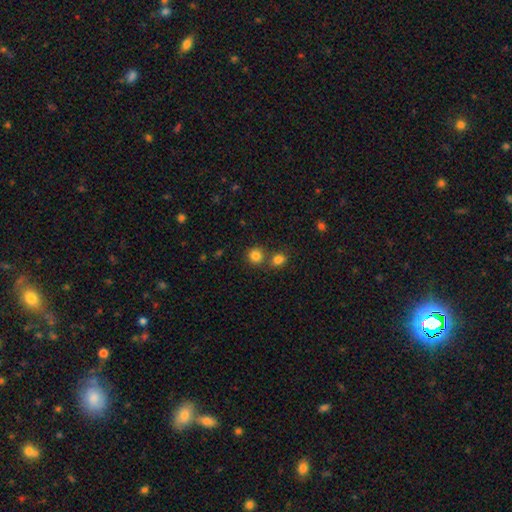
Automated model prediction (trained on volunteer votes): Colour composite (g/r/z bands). It shows a smooth galaxy with no disk features (83%) that is round (86%). Merging: none (62%).